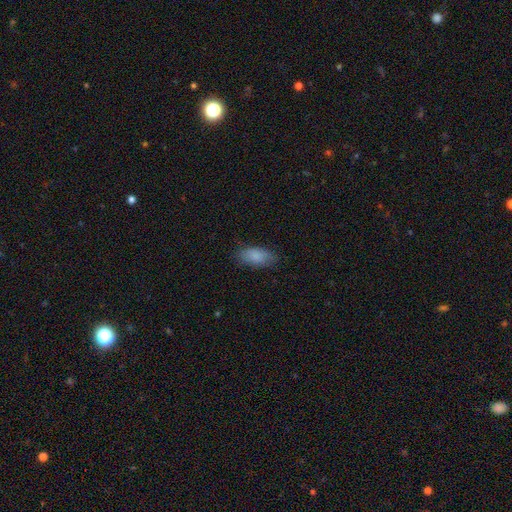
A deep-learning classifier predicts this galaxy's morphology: Smooth or featured? Predicted: smooth (p=0.85). How rounded? Predicted: in between (p=0.89). Merging? Predicted: none (p=0.81).